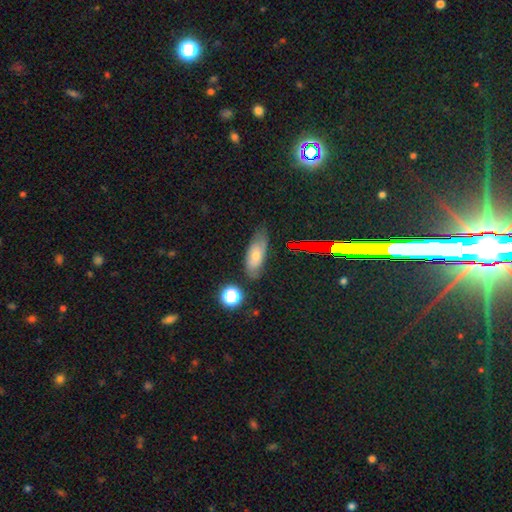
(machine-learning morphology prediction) A smooth galaxy with no disk features (58%) that is in between round and cigar-shaped (78%). Merging: none (68%).